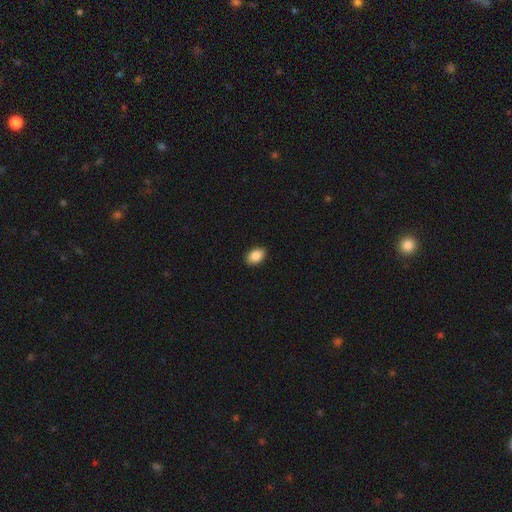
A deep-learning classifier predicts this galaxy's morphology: The model was most divided on "how rounded": in between: 88%, round: 11%, cigar-shaped: 1%. More confident: merging — none (90%); smooth or featured — smooth (88%).